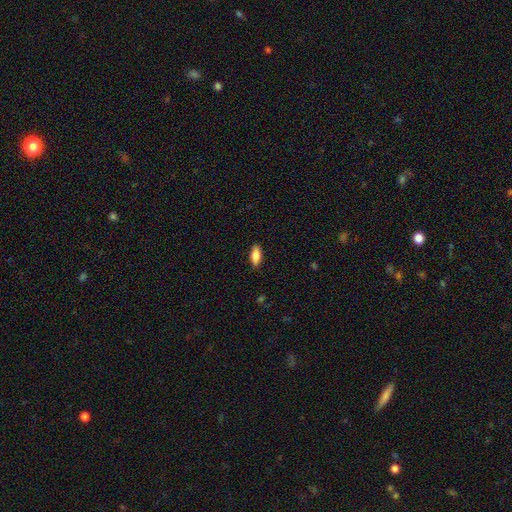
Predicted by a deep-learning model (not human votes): smooth 83%, featured or disk 10%, star or artifact 6%. Down the decision tree: how rounded — in between (79%); merging — none (88%).